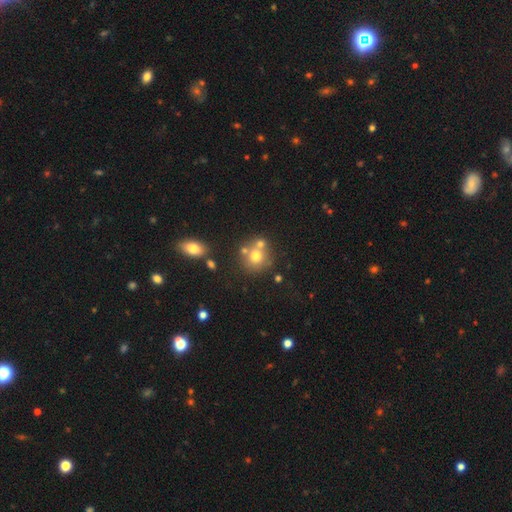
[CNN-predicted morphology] type=smooth (69%); roundness=round (85%); merging=none (57%).